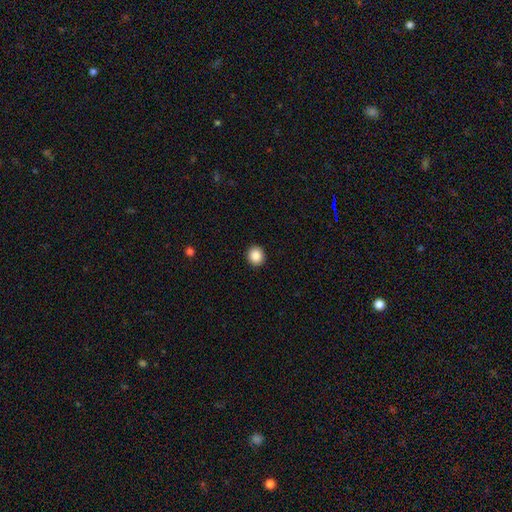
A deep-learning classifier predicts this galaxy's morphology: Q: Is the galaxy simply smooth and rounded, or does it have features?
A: smooth — 88%.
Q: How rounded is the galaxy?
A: round — 85%.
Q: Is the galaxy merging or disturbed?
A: none — 93%.